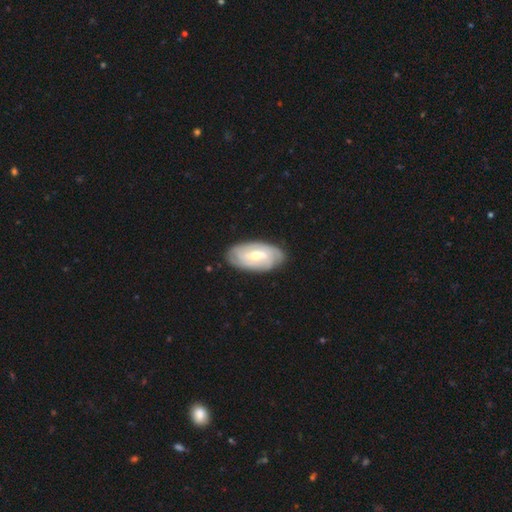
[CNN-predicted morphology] The model was most divided on "spiral arm count": can't tell: 42%, 2: 32%, 3: 12%, 4: 7%, 1: 4%, more than 4: 3%. More confident: edge-on disk — no (93%); spiral arms — yes (84%); merging — none (82%); smooth or featured — featured or disk (68%); spiral winding — tight (64%); bulge size — moderate (57%); bar — weak (50%).